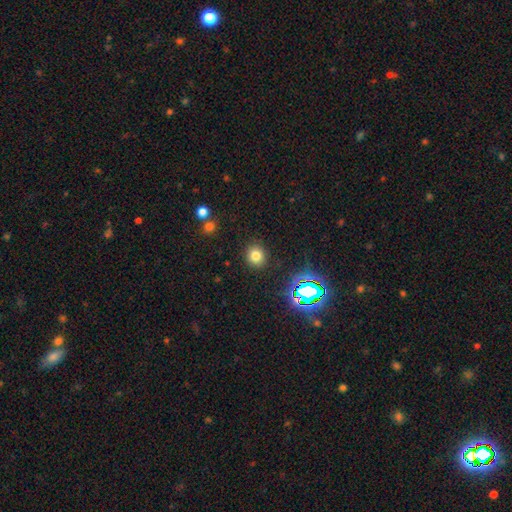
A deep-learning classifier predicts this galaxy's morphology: Smooth or featured?
  - smooth: 74% *
  - star or artifact: 19%
  - featured or disk: 7%
How rounded?
  - round: 83% *
  - in between: 16%
  - cigar-shaped: 1%
Merging?
  - none: 89% *
  - minor disturbance: 7%
  - major disturbance: 3%
  - merger: 2%